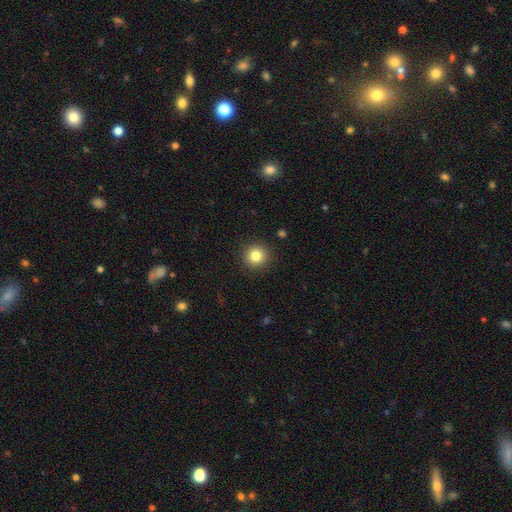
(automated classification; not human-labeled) Q: Smooth or featured?
A: smooth (83%); runner-up: star or artifact (11%)
Q: How rounded?
A: round (94%); runner-up: in between (5%)
Q: Merging?
A: none (91%); runner-up: minor disturbance (6%)